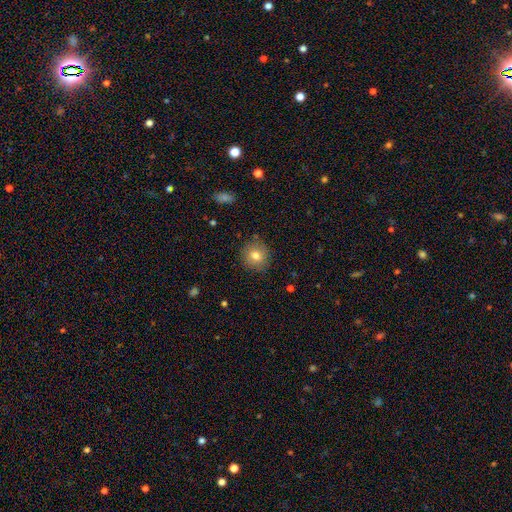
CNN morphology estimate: Overall: smooth (79%). How rounded: round (89%). Merging: none (87%).